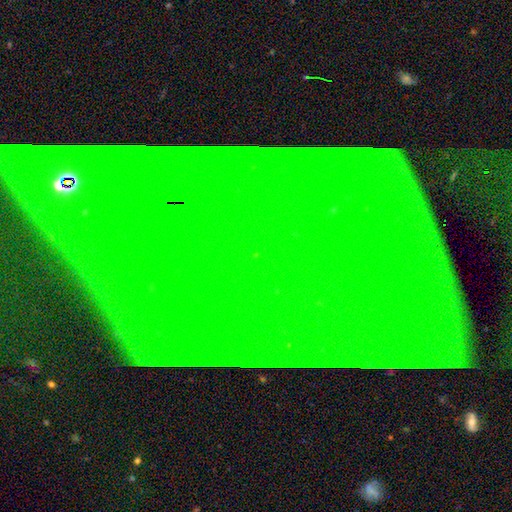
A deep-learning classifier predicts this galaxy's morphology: The model was most divided on "smooth or featured": star or artifact: 83%, featured or disk: 9%, smooth: 8%.